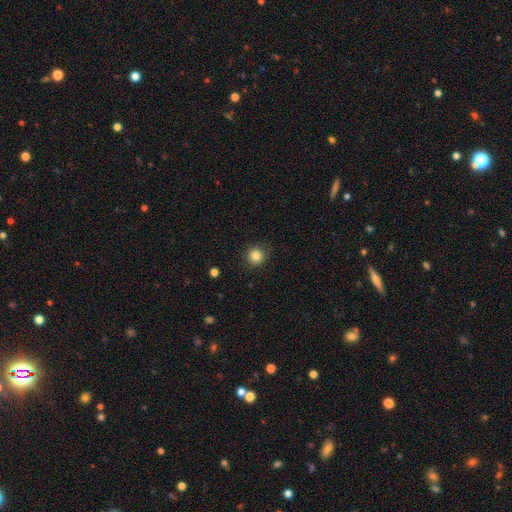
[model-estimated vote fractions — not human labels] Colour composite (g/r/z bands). It shows a smooth galaxy with no disk features (84%) that is round (93%). Merging: none (87%).